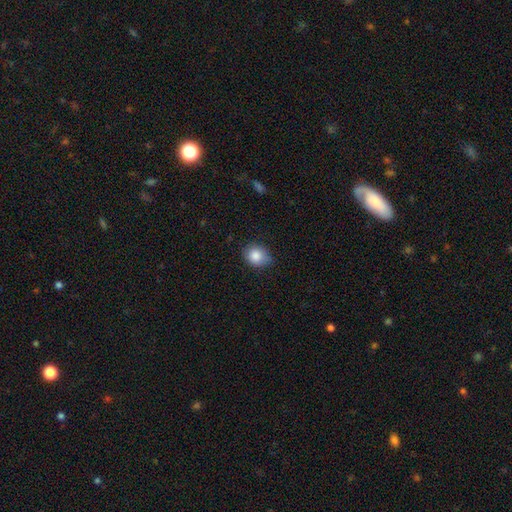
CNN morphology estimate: type=smooth (86%); roundness=round (61%); merging=none (76%).